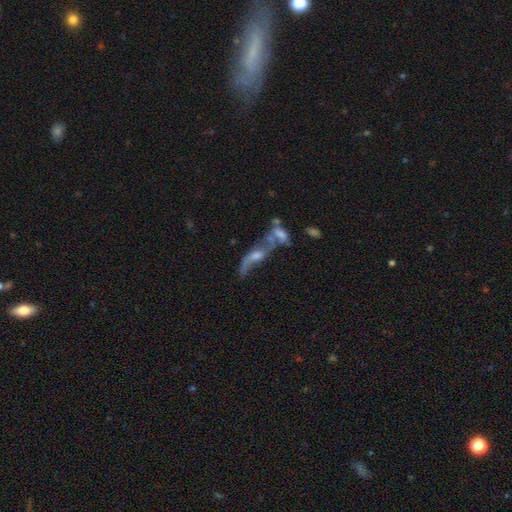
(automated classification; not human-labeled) A featured or disk galaxy (69%) with no bar (65%), spiral arms (69%) and a moderate central bulge (44%). Merging: merger (52%).